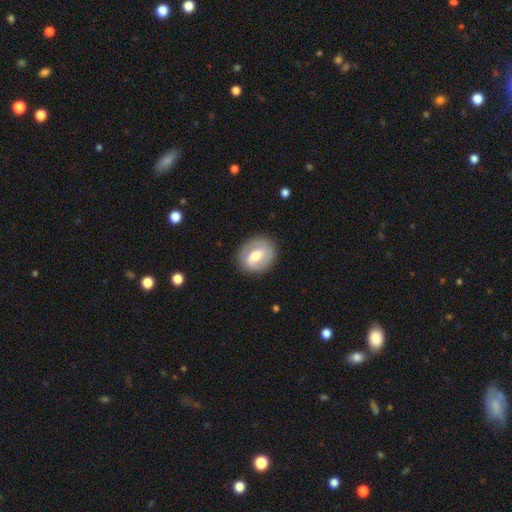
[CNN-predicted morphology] Smooth or featured? featured or disk (55%)
Edge-on disk? no (95%)
Bar? weak (44%)
Spiral arms? yes (58%)
Bulge size? moderate (67%)
Merging? none (83%)